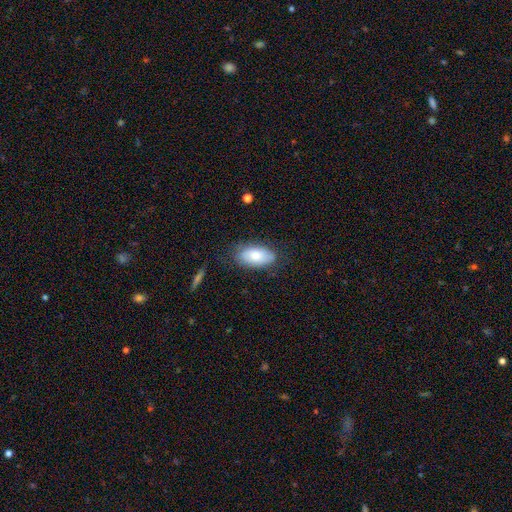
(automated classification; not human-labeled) Morphology: type=smooth (75%); roundness=in between (93%); merging=none (75%).